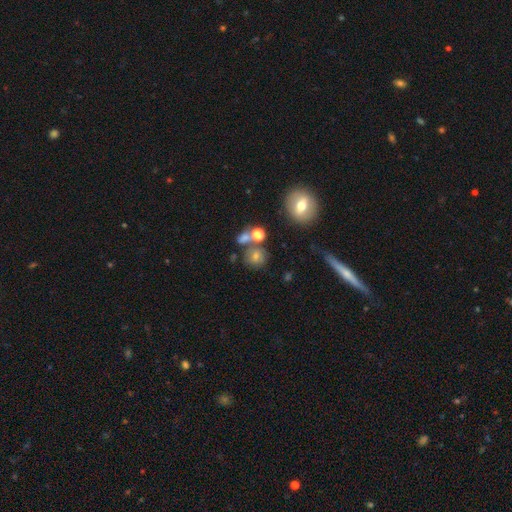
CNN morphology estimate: smooth_or_featured: smooth (p=0.65) [alt: star or artifact p=0.18]
how_rounded: round (p=0.83) [alt: in between p=0.15]
merging: none (p=0.60) [alt: merger p=0.23]